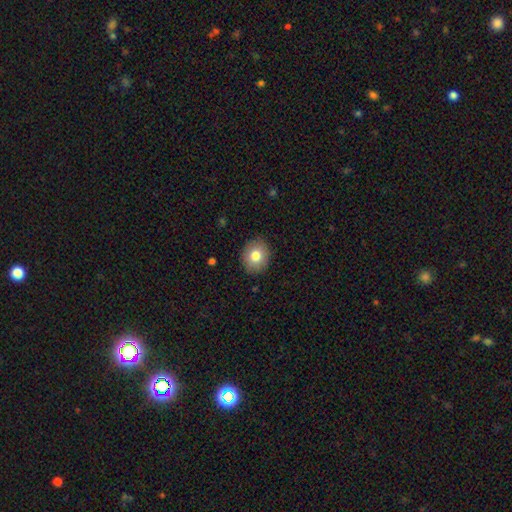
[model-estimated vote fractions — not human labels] Morphology: type=smooth (81%); roundness=round (70%); merging=none (89%).